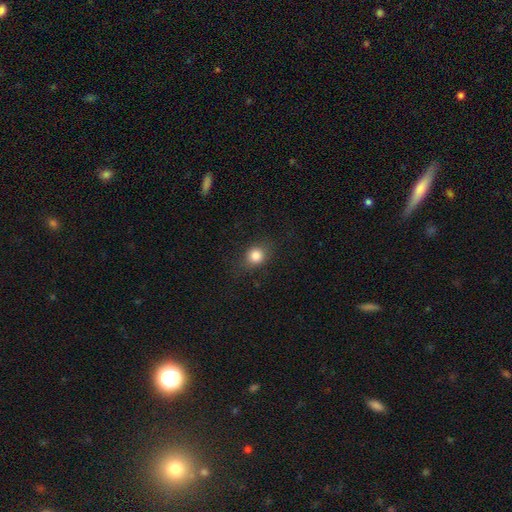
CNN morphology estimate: This is clearly a smooth galaxy (82%). How rounded: likely round (72%). Merging: likely none (79%).